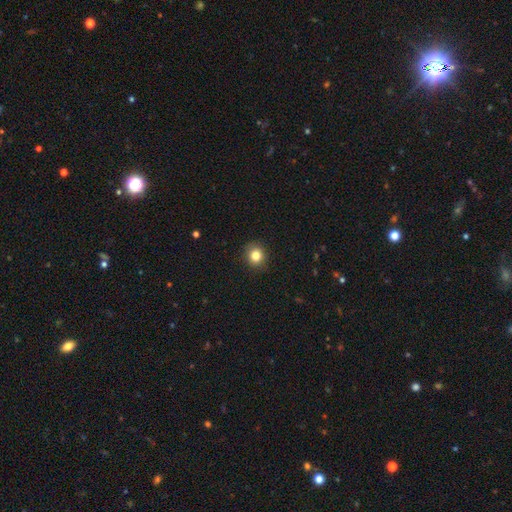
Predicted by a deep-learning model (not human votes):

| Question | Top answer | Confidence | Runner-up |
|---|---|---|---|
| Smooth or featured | smooth | 82% | star or artifact (11%) |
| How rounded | round | 86% | in between (13%) |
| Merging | none | 90% | minor disturbance (7%) |